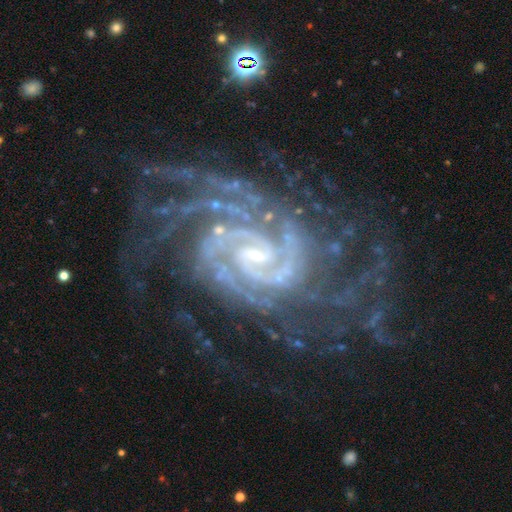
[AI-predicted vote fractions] Smooth or featured?
  - featured or disk: 93% *
  - star or artifact: 5%
  - smooth: 2%
Edge-on disk?
  - no: 98% *
  - yes: 2%
Bar?
  - weak: 41% *
  - no: 39%
  - strong: 21%
Spiral arms?
  - yes: 99% *
  - no: 1%
Spiral winding?
  - tight: 71% *
  - medium: 25%
  - loose: 4%
Spiral arm count?
  - 2: 23% *
  - 4: 18%
  - more than 4: 18%
  - can't tell: 16%
  - 3: 15%
  - 1: 9%
Bulge size?
  - small: 71% *
  - moderate: 22%
  - none: 4%
  - large: 2%
  - dominant: 1%
Merging?
  - none: 65% *
  - minor disturbance: 17%
  - major disturbance: 15%
  - merger: 2%